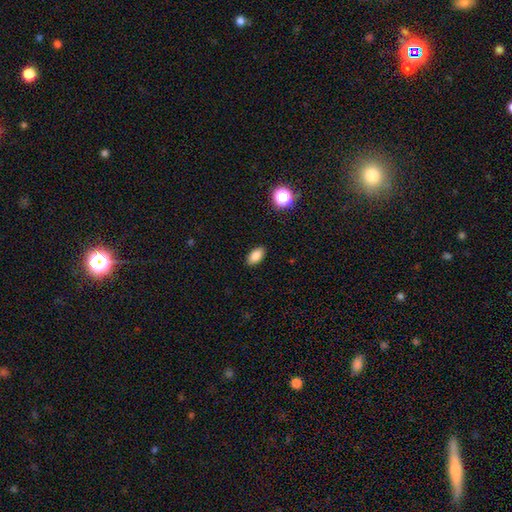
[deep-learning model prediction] Smooth or featured? Predicted: smooth (p=0.84). How rounded? Predicted: in between (p=0.91). Merging? Predicted: none (p=0.89).